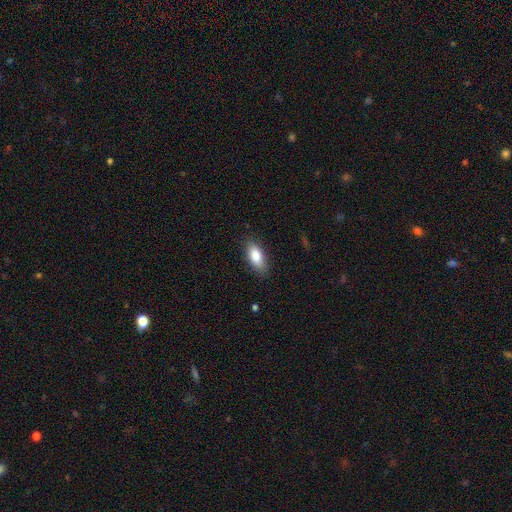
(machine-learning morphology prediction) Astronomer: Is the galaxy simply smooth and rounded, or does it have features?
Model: smooth — 83%.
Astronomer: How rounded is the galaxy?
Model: in between — 85%.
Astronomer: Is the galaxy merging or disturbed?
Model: none — 84%.